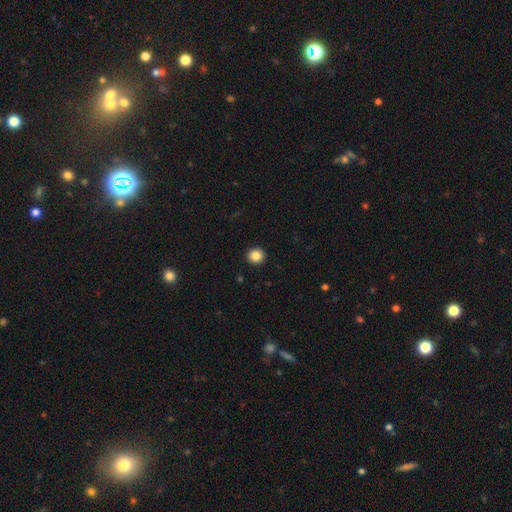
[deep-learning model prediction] Overall: smooth (86%). How rounded: round (91%). Merging: none (93%).